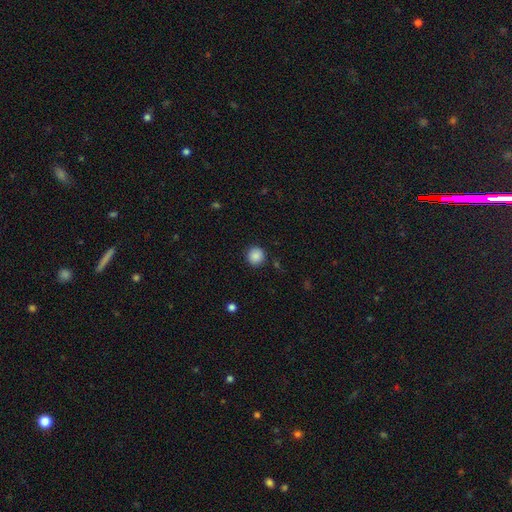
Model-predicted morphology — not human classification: type=smooth (88%); roundness=round (93%); merging=none (90%).